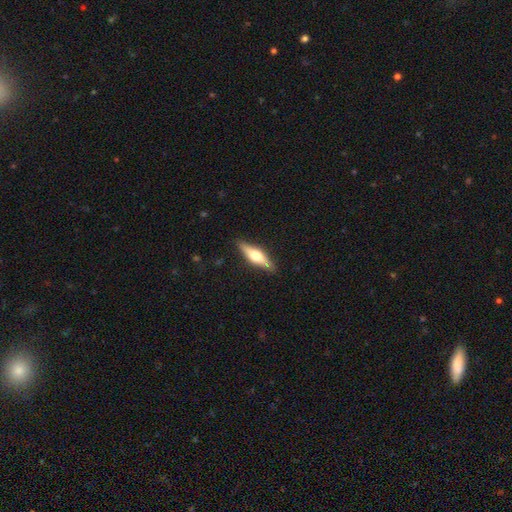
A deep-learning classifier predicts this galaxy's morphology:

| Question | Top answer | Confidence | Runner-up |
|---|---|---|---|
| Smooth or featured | featured or disk | 57% | smooth (37%) |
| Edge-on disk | yes | 94% | no (6%) |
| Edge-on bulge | rounded | 92% | boxy (6%) |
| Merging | none | 87% | minor disturbance (10%) |